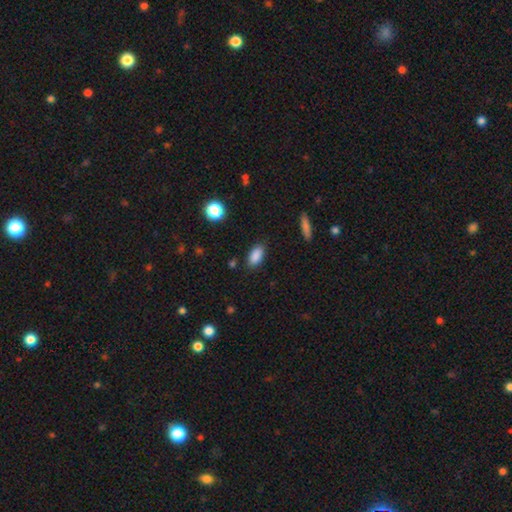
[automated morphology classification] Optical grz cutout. It shows a smooth galaxy with no disk features (87%) that is in between round and cigar-shaped (90%). Merging: none (85%).